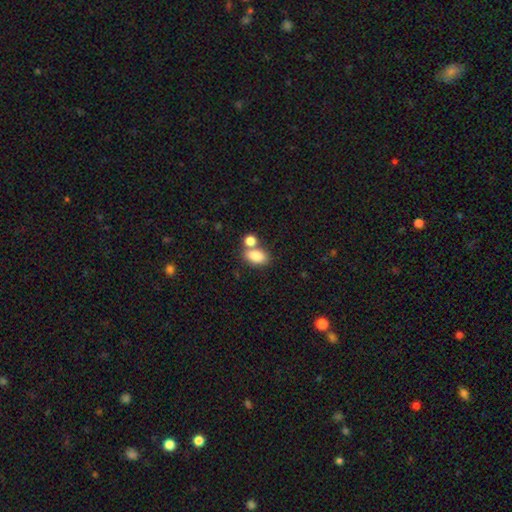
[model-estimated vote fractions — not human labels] A smooth galaxy with no disk features (84%) that is in between round and cigar-shaped (85%). Merging: none (49%).